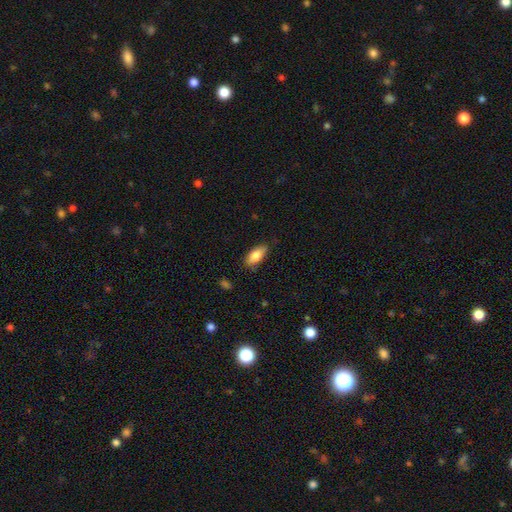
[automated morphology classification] A smooth galaxy with no disk features (83%) that is in between round and cigar-shaped (87%).

Vote fractions:
- Smooth or featured? smooth: 83% / featured or disk: 11% / star or artifact: 7%
- How rounded? in between: 87% / cigar-shaped: 10% / round: 3%
- Merging? none: 80% / minor disturbance: 16% / major disturbance: 3% / merger: 1%